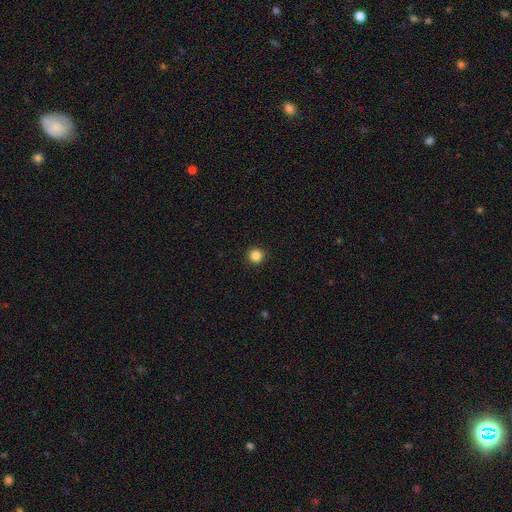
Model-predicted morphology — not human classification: The model was most divided on "smooth or featured": smooth: 85%, star or artifact: 11%, featured or disk: 3%. More confident: how rounded — round (96%); merging — none (93%).